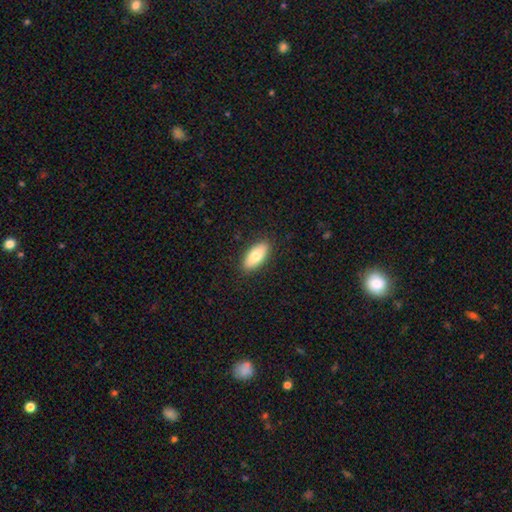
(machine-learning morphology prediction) smooth 78%, featured or disk 16%, star or artifact 6%. Down the decision tree: how rounded — in between (88%); merging — none (89%).